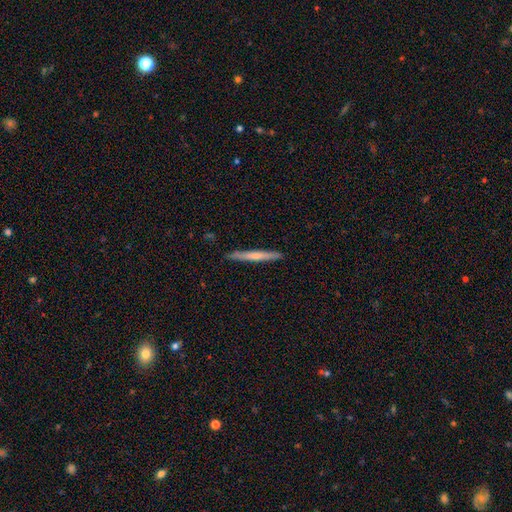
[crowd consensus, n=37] featured or disk 65%, smooth 32%, star or artifact 3%. Down the decision tree: edge-on disk — yes (96%); edge-on bulge — rounded (52%); merging — none (92%).